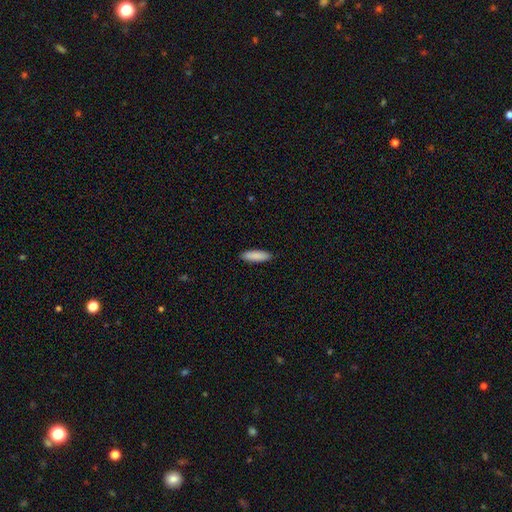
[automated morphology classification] Smooth or featured: smooth — 89% (star or artifact — 6%)
How rounded: cigar-shaped — 59% (in between — 40%)
Merging: none — 90% (minor disturbance — 7%)